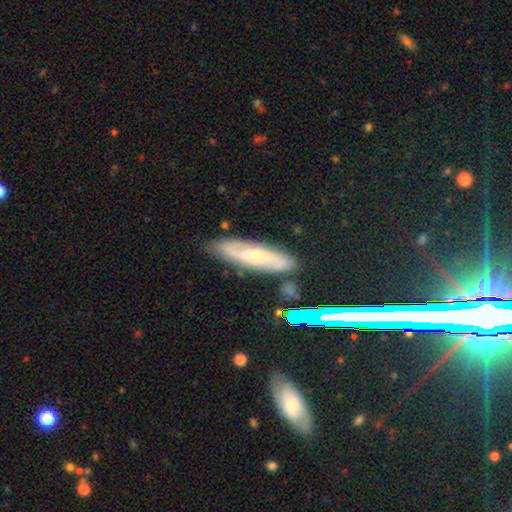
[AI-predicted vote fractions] Overall: featured or disk (58%; smooth 32%). Edge-on disk: no (70%; yes 30%). Merging: none (79%).